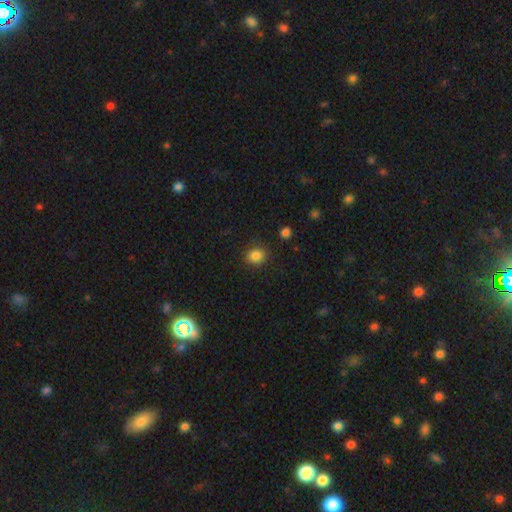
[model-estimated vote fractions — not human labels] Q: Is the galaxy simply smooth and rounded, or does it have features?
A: smooth — 85%.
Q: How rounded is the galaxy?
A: round — 68%.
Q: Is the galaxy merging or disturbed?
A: none — 85%.